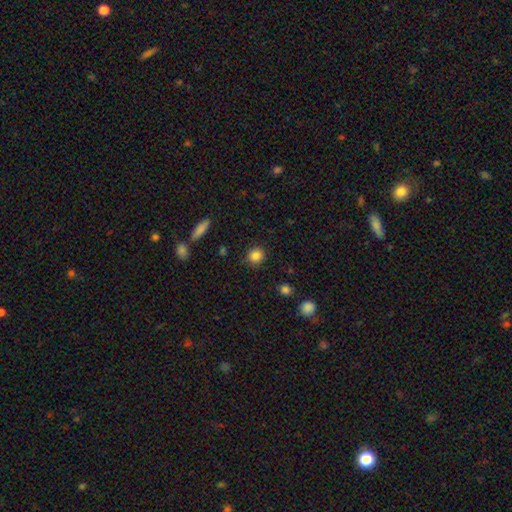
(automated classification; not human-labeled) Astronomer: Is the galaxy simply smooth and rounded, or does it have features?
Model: smooth — 85%.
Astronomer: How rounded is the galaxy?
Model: round — 88%.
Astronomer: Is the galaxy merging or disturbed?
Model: none — 89%.